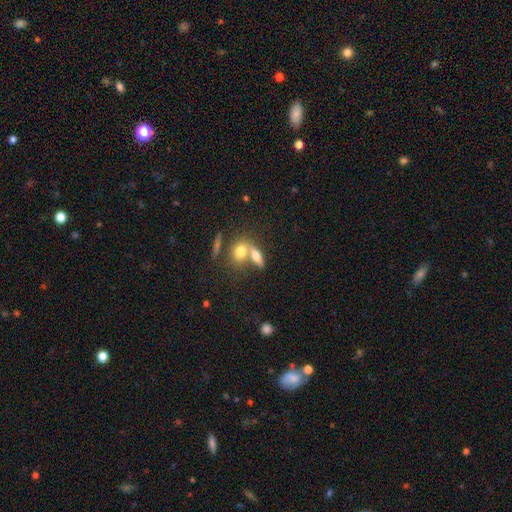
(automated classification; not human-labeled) Smooth or featured? smooth (64%)
How rounded? in between (66%)
Merging? merger (55%)